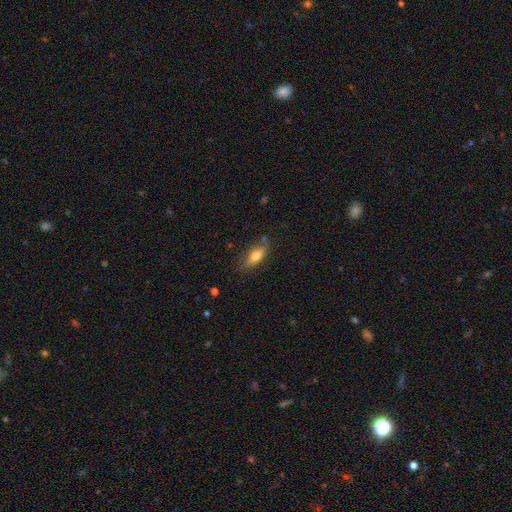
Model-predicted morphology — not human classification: Smooth or featured? smooth (67%)
How rounded? in between (65%)
Merging? none (73%)